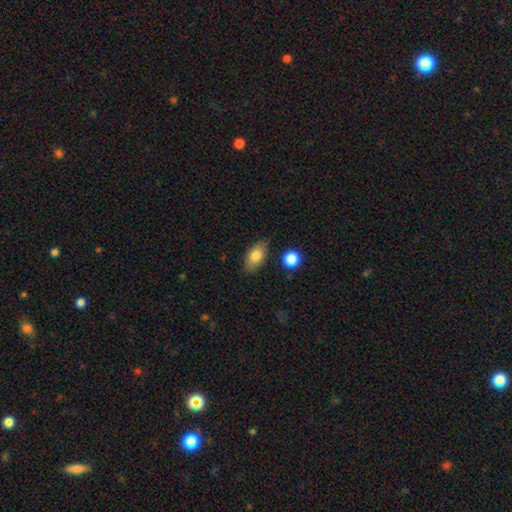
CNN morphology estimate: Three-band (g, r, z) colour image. It shows a smooth galaxy with no disk features (79%) that is in between round and cigar-shaped (88%). Merging: none (79%).